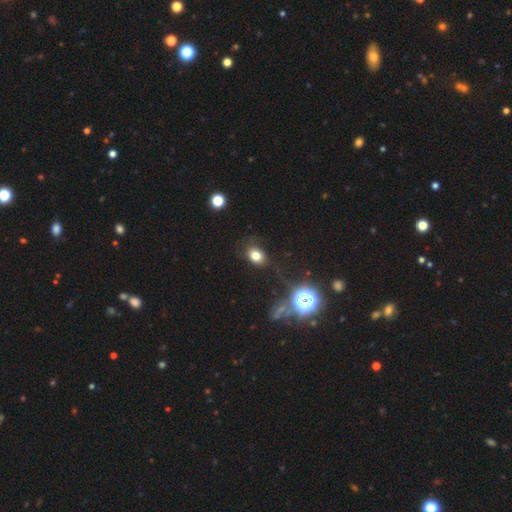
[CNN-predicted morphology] smooth_or_featured: smooth (p=0.75) [alt: star or artifact p=0.16]
how_rounded: in between (p=0.63) [alt: round p=0.36]
merging: none (p=0.77) [alt: minor disturbance p=0.15]